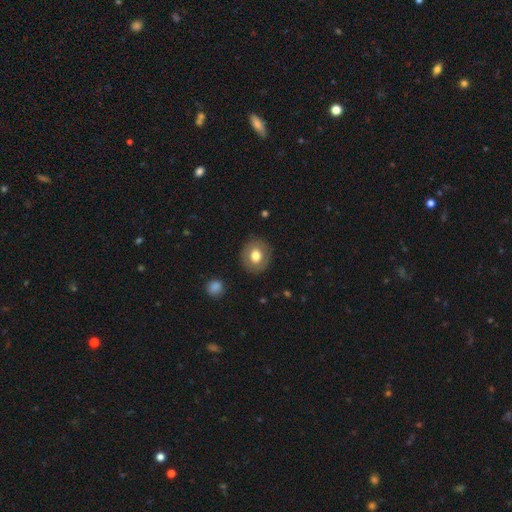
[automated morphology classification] smooth 74%, featured or disk 18%, star or artifact 8%. Down the decision tree: how rounded — round (76%); merging — none (87%).